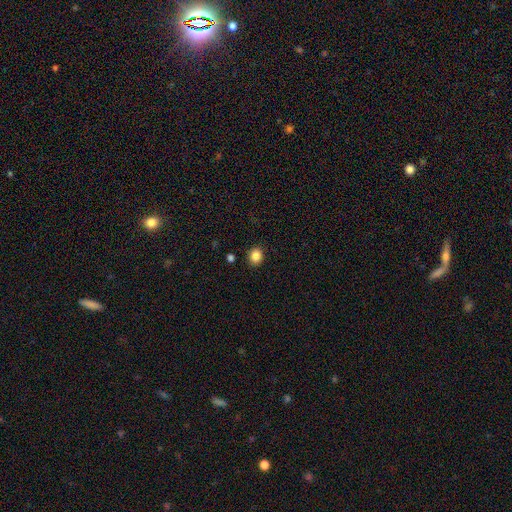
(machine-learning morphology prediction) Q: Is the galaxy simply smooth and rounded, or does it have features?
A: smooth — 86%.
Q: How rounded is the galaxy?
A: round — 64%.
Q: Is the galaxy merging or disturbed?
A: none — 89%.